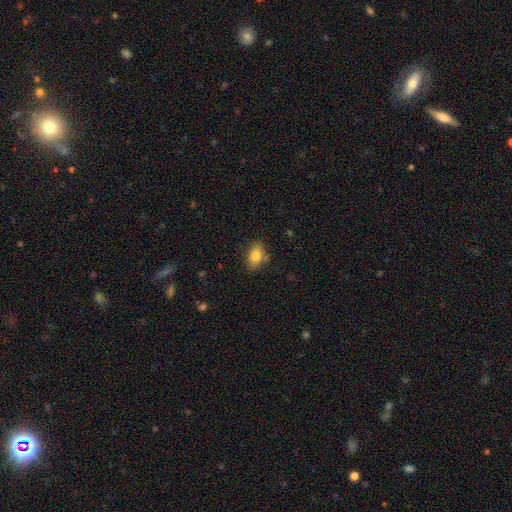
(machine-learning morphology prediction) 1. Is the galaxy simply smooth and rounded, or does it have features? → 82% smooth, 9% featured or disk, 9% star or artifact.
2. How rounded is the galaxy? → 85% in between, 12% round, 3% cigar-shaped.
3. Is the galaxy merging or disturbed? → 77% none, 16% minor disturbance, 4% merger, 3% major disturbance.